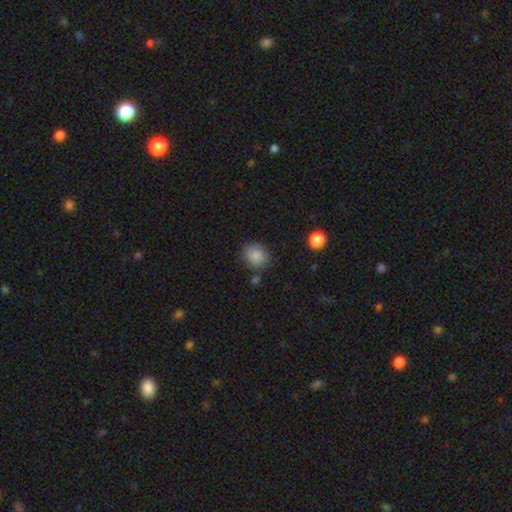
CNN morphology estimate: This appears to be a smooth galaxy with no disk features (87%) that is round (78%). Merging: none (78%).